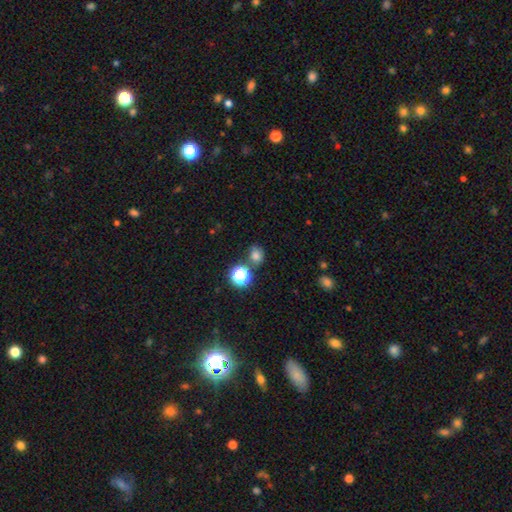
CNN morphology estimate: Smooth or featured?
  - smooth: 71% *
  - star or artifact: 21%
  - featured or disk: 8%
How rounded?
  - round: 65% *
  - in between: 33%
  - cigar-shaped: 1%
Merging?
  - none: 67% *
  - minor disturbance: 15%
  - merger: 13%
  - major disturbance: 5%